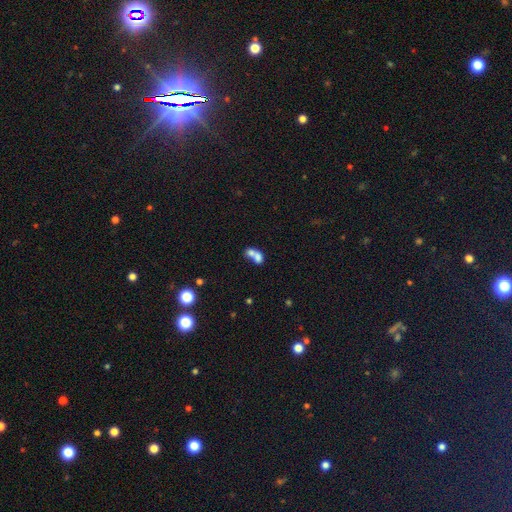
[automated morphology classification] smooth_or_featured: smooth (p=0.71) [alt: featured or disk p=0.19]
how_rounded: in between (p=0.64) [alt: round p=0.34]
merging: merger (p=0.74) [alt: none p=0.17]